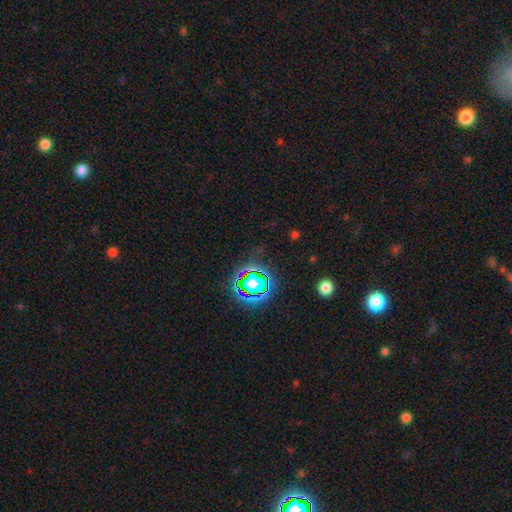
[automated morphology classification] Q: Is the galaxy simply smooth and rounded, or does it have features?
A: star or artifact — 75%.